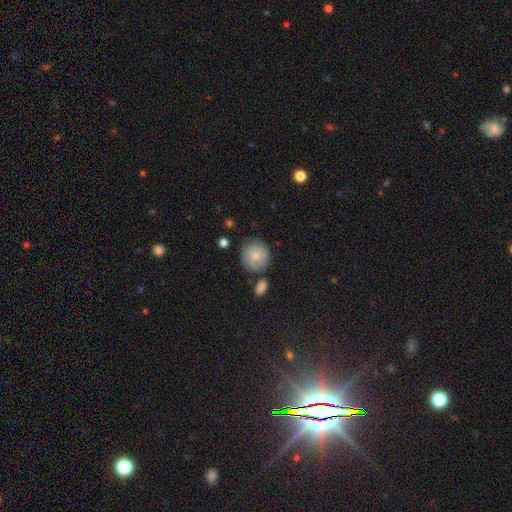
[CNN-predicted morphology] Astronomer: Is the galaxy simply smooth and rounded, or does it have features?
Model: smooth — 77%.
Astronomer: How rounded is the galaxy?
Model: round — 88%.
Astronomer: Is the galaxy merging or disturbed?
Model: none — 70%.